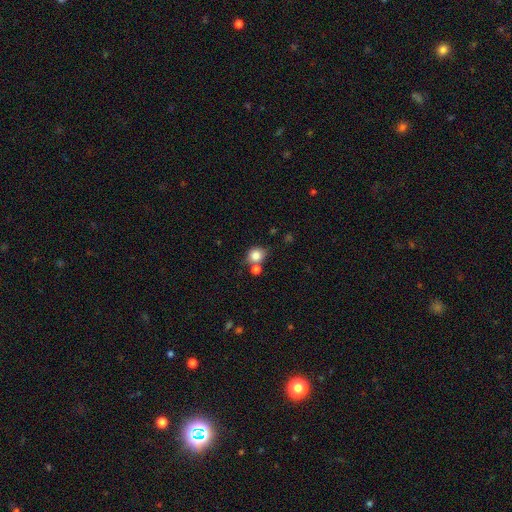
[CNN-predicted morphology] Q: Smooth or featured?
A: smooth (82%); runner-up: star or artifact (10%)
Q: How rounded?
A: round (73%); runner-up: in between (26%)
Q: Merging?
A: none (59%); runner-up: merger (24%)